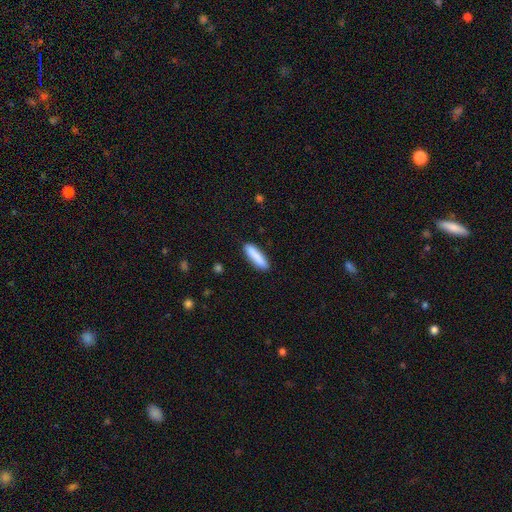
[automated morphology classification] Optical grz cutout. It shows a smooth galaxy with no disk features (87%) that is cigar-shaped (74%). Merging: none (88%).